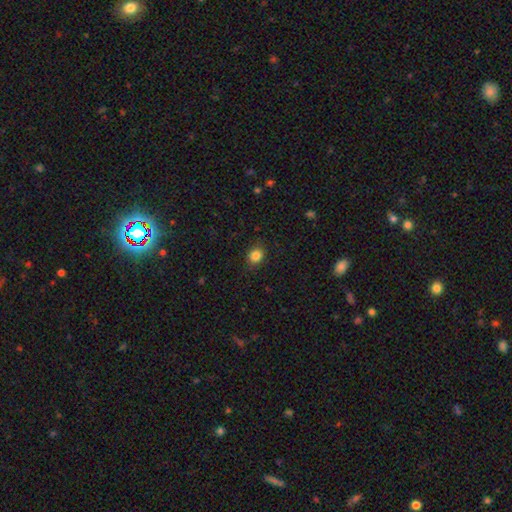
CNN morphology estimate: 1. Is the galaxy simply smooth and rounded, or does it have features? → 85% smooth, 11% star or artifact, 5% featured or disk.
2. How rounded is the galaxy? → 58% round, 41% in between, 1% cigar-shaped.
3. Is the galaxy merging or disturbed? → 88% none, 9% minor disturbance, 2% major disturbance, 1% merger.